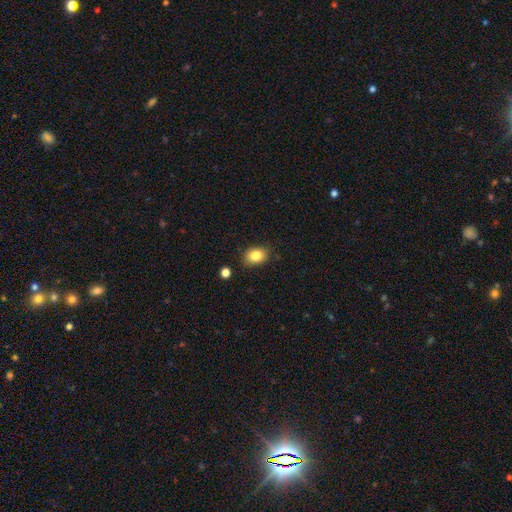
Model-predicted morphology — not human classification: smooth-or-featured: smooth: 84% | star or artifact: 9% | featured or disk: 7%
  how-rounded: in between: 67% | round: 32% | cigar-shaped: 1%
  merging: none: 82% | minor disturbance: 13% | major disturbance: 3% | merger: 2%